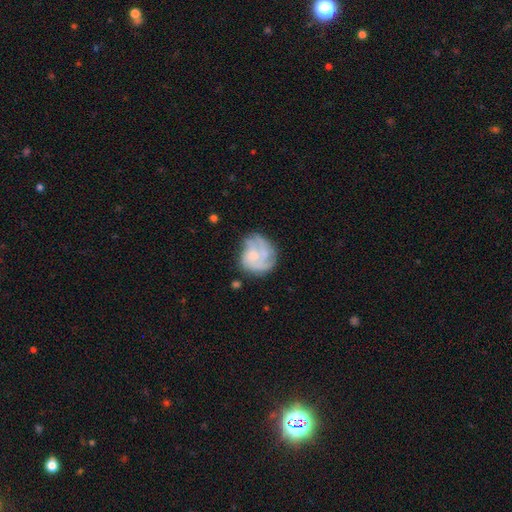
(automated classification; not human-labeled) Smooth or featured?
  - featured or disk: 64% *
  - smooth: 29%
  - star or artifact: 7%
Edge-on disk?
  - no: 98% *
  - yes: 2%
Bar?
  - no: 78% *
  - weak: 20%
  - strong: 3%
Spiral arms?
  - yes: 78% *
  - no: 22%
Bulge size?
  - small: 37% *
  - moderate: 35%
  - none: 21%
  - large: 5%
  - dominant: 2%
Merging?
  - none: 56% *
  - minor disturbance: 24%
  - major disturbance: 17%
  - merger: 4%